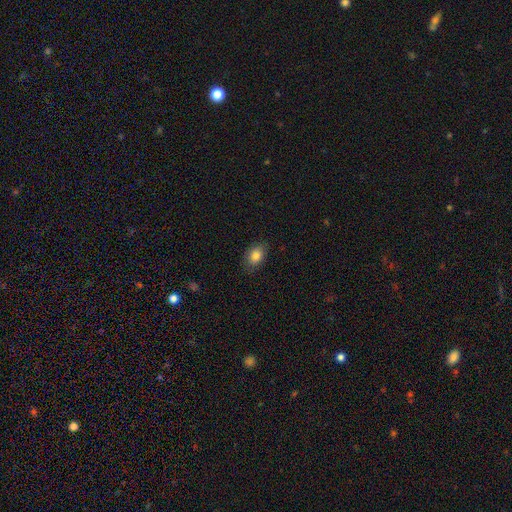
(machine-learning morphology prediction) The model was most divided on "how rounded": in between: 79%, round: 20%, cigar-shaped: 1%. More confident: smooth or featured — smooth (83%); merging — none (82%).